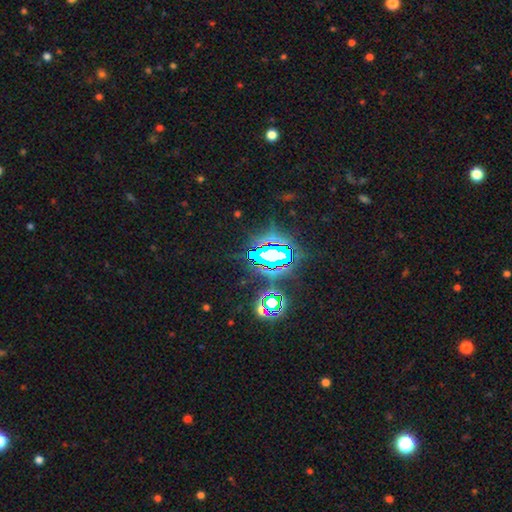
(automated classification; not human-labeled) The model was most divided on "smooth or featured": star or artifact: 85%, smooth: 9%, featured or disk: 6%.